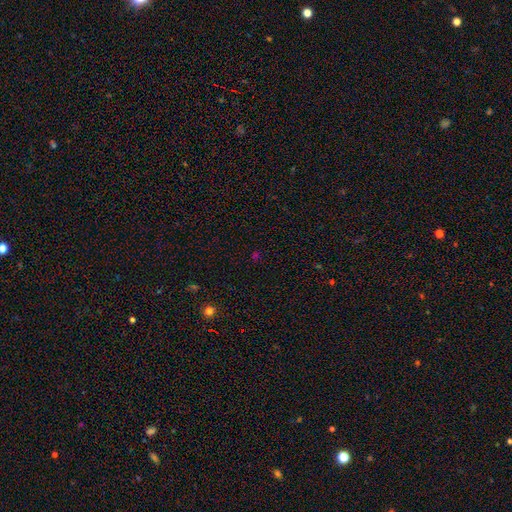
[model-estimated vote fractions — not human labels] A star or artifact, not a galaxy (57%).

Vote fractions:
- Smooth or featured? star or artifact: 57% / smooth: 37% / featured or disk: 6%